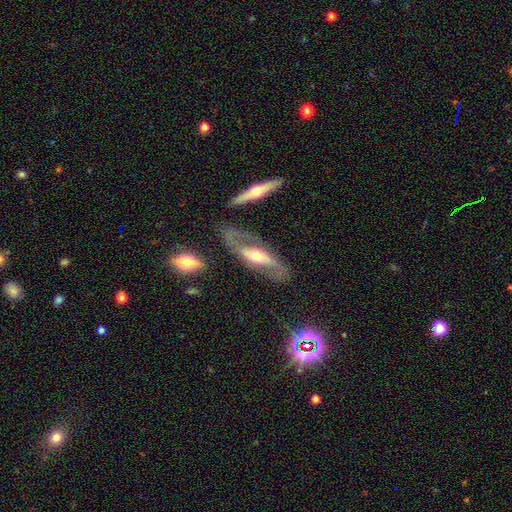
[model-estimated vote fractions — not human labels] smooth-or-featured: featured or disk: 79% | smooth: 16% | star or artifact: 6%
  disk-edge-on: no: 74% | yes: 26%
    bar: no: 38% | strong: 35% | weak: 28%
    has-spiral-arms: yes: 81% | no: 19%
    bulge-size: moderate: 66% | small: 20% | large: 11% | dominant: 2% | none: 1%
  merging: none: 63% | minor disturbance: 18% | major disturbance: 14% | merger: 6%